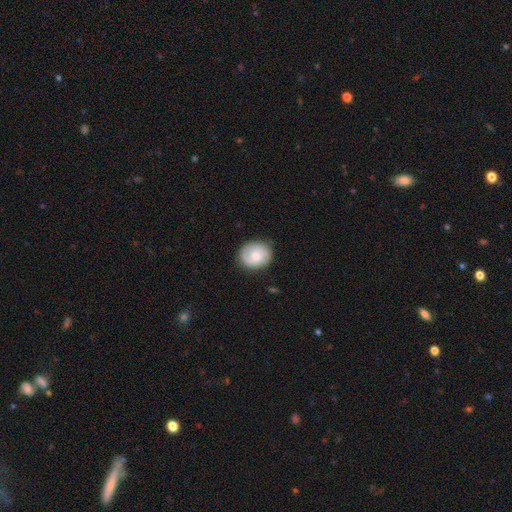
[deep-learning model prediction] Smooth or featured?
  - smooth: 53% *
  - featured or disk: 40%
  - star or artifact: 7%
How rounded?
  - round: 75% *
  - in between: 24%
  - cigar-shaped: 1%
Merging?
  - none: 82% *
  - minor disturbance: 13%
  - major disturbance: 3%
  - merger: 1%